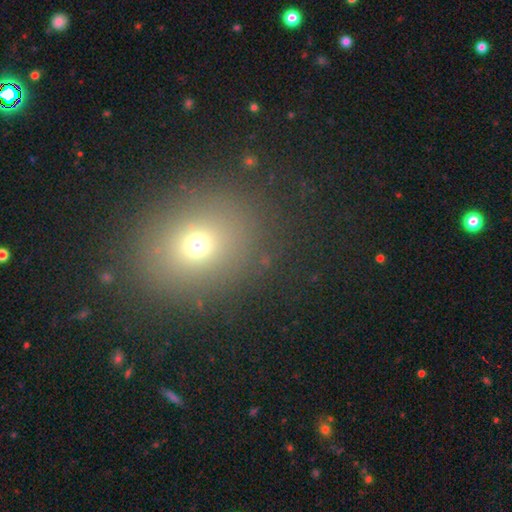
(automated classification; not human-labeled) Smooth or featured? Predicted: smooth (p=0.66). How rounded? Predicted: round (p=0.59). Merging? Predicted: none (p=0.88).